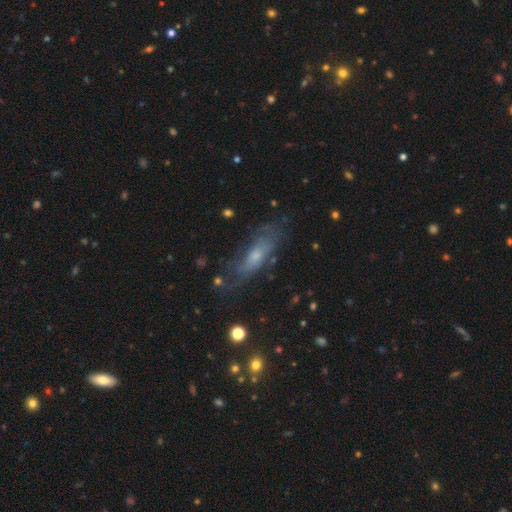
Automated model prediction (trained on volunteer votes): A featured or disk galaxy (53%).

Vote fractions:
- Smooth or featured? featured or disk: 53% / smooth: 35% / star or artifact: 12%
- Edge-on disk? no: 68% / yes: 32%
- Merging? none: 65% / minor disturbance: 21% / major disturbance: 11% / merger: 3%